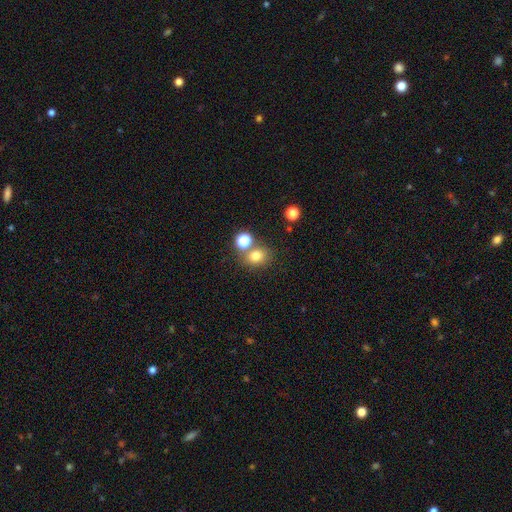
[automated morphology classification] The model was most divided on "how rounded": round: 68%, in between: 31%, cigar-shaped: 1%. More confident: smooth or featured — smooth (76%); merging — none (64%).